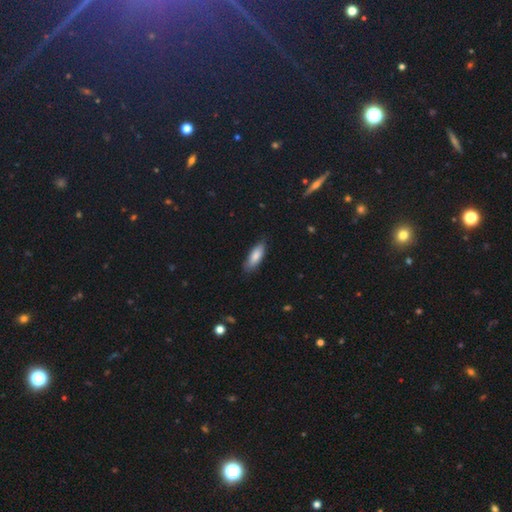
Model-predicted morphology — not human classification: smooth 83%, featured or disk 11%, star or artifact 6%. Down the decision tree: how rounded — in between (64%); merging — none (81%).